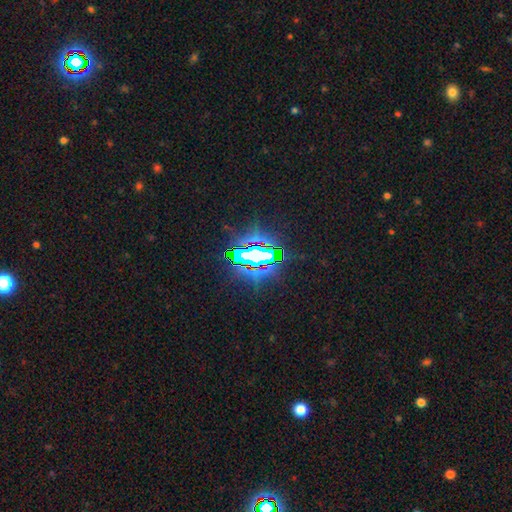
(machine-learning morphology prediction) Overall: star or artifact (76%).